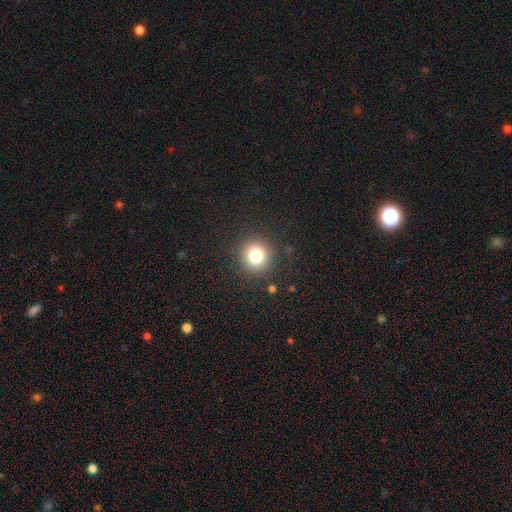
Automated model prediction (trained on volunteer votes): A smooth galaxy with no disk features (79%) that is round (93%).

Vote fractions:
- Smooth or featured? smooth: 79% / star or artifact: 13% / featured or disk: 8%
- How rounded? round: 93% / in between: 6% / cigar-shaped: 1%
- Merging? none: 89% / minor disturbance: 7% / major disturbance: 3% / merger: 1%